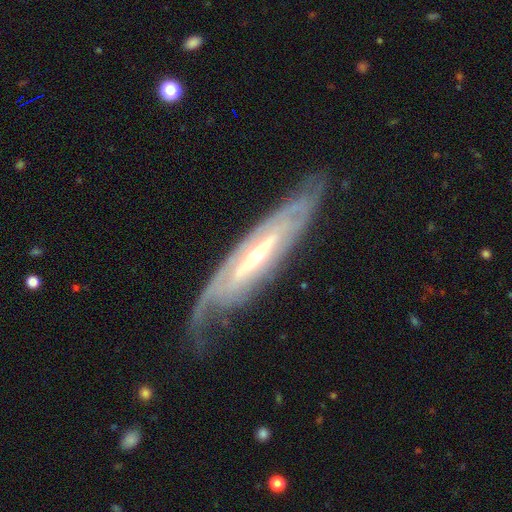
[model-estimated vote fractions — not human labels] Smooth or featured?
  - featured or disk: 86% *
  - smooth: 9%
  - star or artifact: 5%
Edge-on disk?
  - no: 70% *
  - yes: 30%
Bar?
  - strong: 38% *
  - weak: 32%
  - no: 30%
Spiral arms?
  - yes: 90% *
  - no: 10%
Spiral winding?
  - tight: 61% *
  - medium: 28%
  - loose: 11%
Spiral arm count?
  - can't tell: 44% *
  - 2: 34%
  - 3: 8%
  - 1: 6%
  - 4: 5%
  - more than 4: 4%
Bulge size?
  - small: 49% *
  - moderate: 47%
  - large: 3%
  - none: 1%
  - dominant: 1%
Merging?
  - none: 64% *
  - minor disturbance: 21%
  - major disturbance: 13%
  - merger: 2%